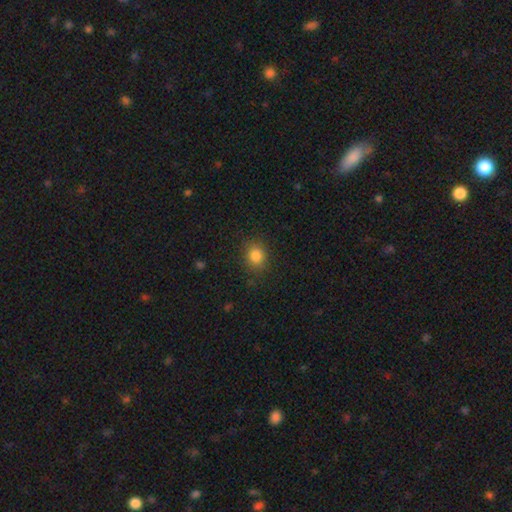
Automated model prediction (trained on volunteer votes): A smooth galaxy with no disk features (84%) that is round (63%). Merging: none (85%).